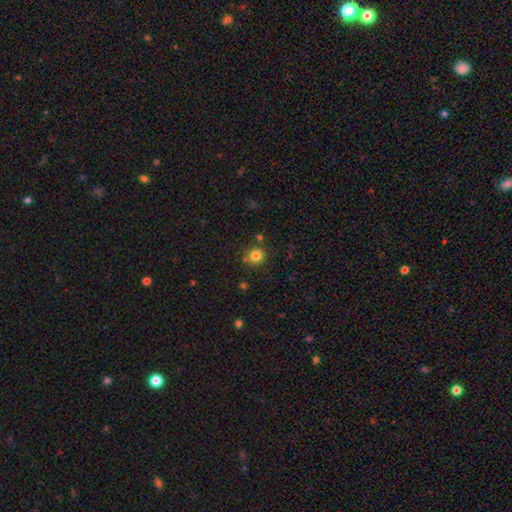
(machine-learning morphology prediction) Smooth or featured: smooth — 81% (star or artifact — 13%)
How rounded: round — 89% (in between — 10%)
Merging: none — 80% (minor disturbance — 10%)